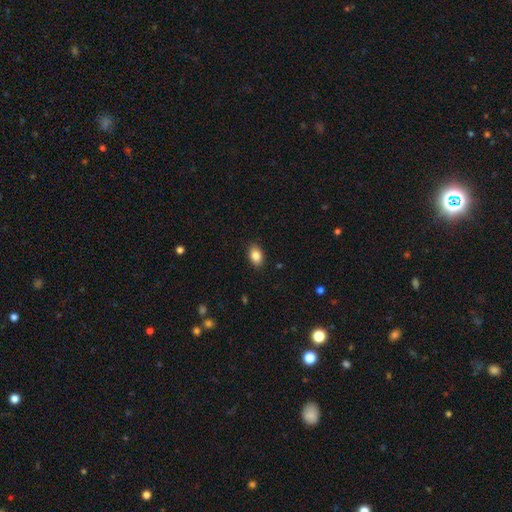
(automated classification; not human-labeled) Smooth or featured? Predicted: smooth (p=0.86). How rounded? Predicted: in between (p=0.86). Merging? Predicted: none (p=0.89).